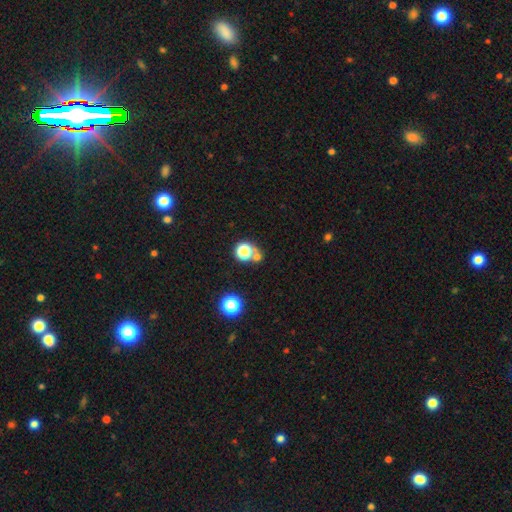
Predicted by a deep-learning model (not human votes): A smooth galaxy with no disk features (54%) that is round (82%).

Vote fractions:
- Smooth or featured? smooth: 54% / star or artifact: 37% / featured or disk: 9%
- How rounded? round: 82% / in between: 17% / cigar-shaped: 1%
- Merging? none: 62% / merger: 23% / minor disturbance: 9% / major disturbance: 6%